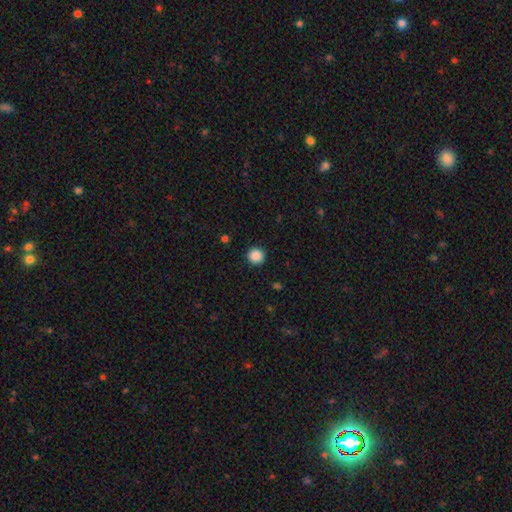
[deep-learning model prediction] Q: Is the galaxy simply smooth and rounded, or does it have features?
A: smooth — 88%.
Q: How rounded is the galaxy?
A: round — 95%.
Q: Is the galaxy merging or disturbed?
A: none — 92%.